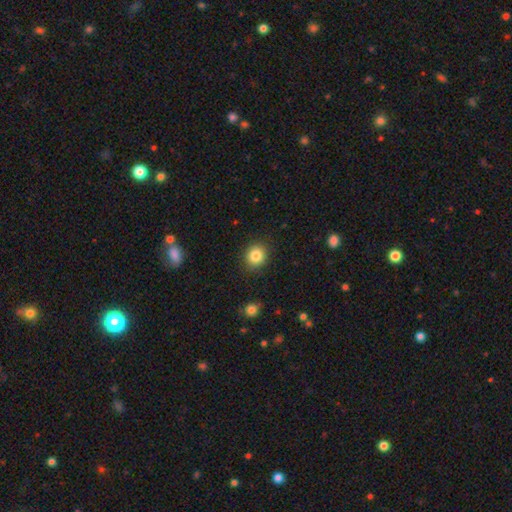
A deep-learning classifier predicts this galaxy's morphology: A smooth galaxy with no disk features (84%) that is round (82%).

Vote fractions:
- Smooth or featured? smooth: 84% / star or artifact: 10% / featured or disk: 6%
- How rounded? round: 82% / in between: 17% / cigar-shaped: 1%
- Merging? none: 88% / minor disturbance: 8% / major disturbance: 2% / merger: 1%